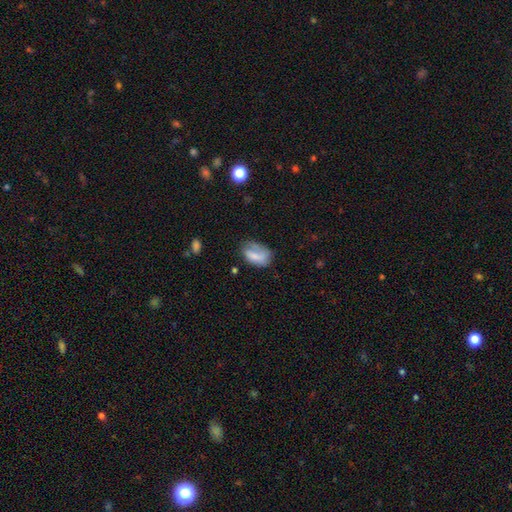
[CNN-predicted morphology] A smooth galaxy with no disk features (67%) that is in between round and cigar-shaped (87%). Merging: none (45%).